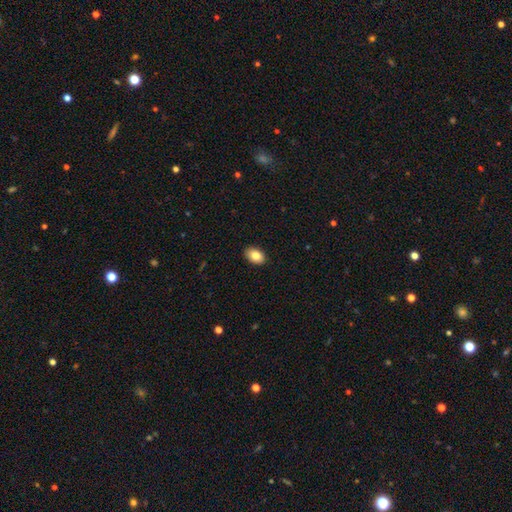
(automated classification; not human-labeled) smooth_or_featured: smooth (p=0.84) [alt: featured or disk p=0.08]
how_rounded: in between (p=0.86) [alt: round p=0.13]
merging: none (p=0.89) [alt: minor disturbance p=0.08]